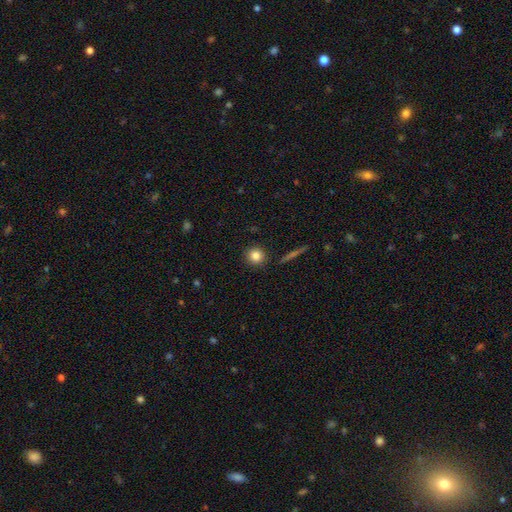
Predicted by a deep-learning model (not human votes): A smooth galaxy with no disk features (83%) that is round (93%).

Vote fractions:
- Smooth or featured? smooth: 83% / star or artifact: 10% / featured or disk: 7%
- How rounded? round: 93% / in between: 6% / cigar-shaped: 1%
- Merging? none: 91% / minor disturbance: 6% / major disturbance: 2% / merger: 2%